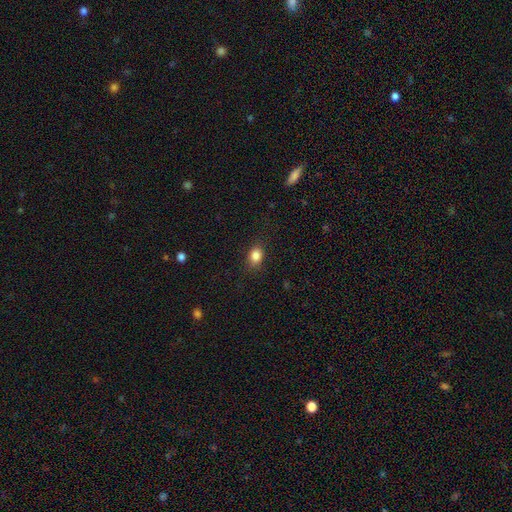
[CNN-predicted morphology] smooth-or-featured: smooth: 84% | star or artifact: 10% | featured or disk: 6%
  how-rounded: in between: 63% | round: 36% | cigar-shaped: 1%
  merging: none: 84% | minor disturbance: 12% | major disturbance: 3% | merger: 1%